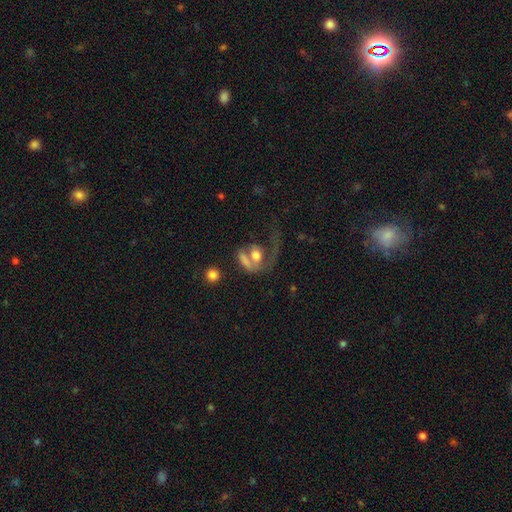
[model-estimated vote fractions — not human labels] A smooth galaxy with no disk features (49%). Merging: merger (37%).